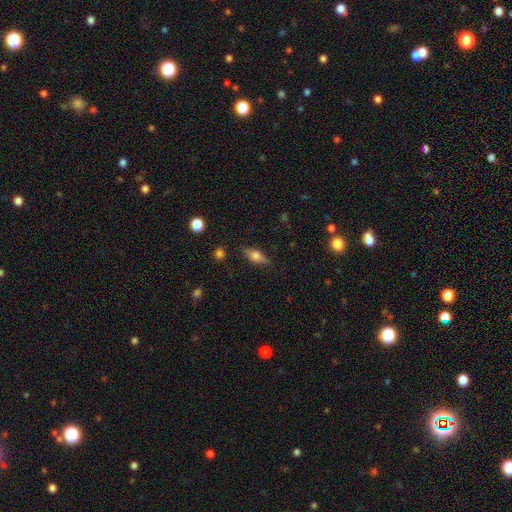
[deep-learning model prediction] smooth 47%, featured or disk 44%, star or artifact 9%. Down the decision tree: merging — none (82%).